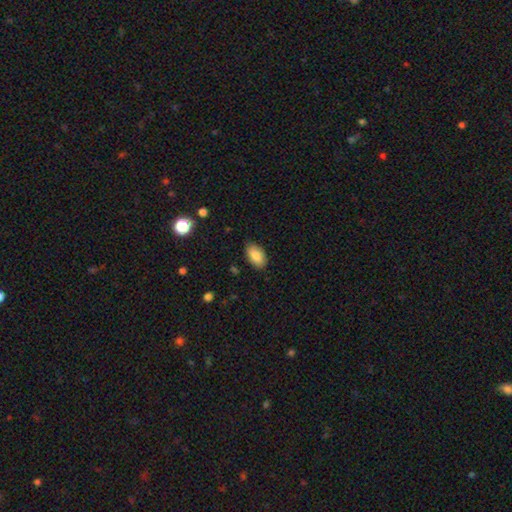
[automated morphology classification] Smooth or featured? Predicted: smooth (p=0.87). How rounded? Predicted: in between (p=0.93). Merging? Predicted: none (p=0.83).